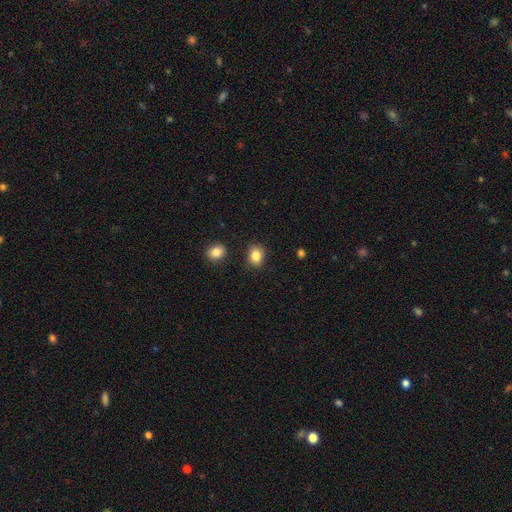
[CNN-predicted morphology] A smooth galaxy with no disk features (85%) that is round (50%).

Vote fractions:
- Smooth or featured? smooth: 85% / star or artifact: 10% / featured or disk: 5%
- How rounded? round: 50% / in between: 49% / cigar-shaped: 1%
- Merging? none: 86% / minor disturbance: 9% / merger: 3% / major disturbance: 2%